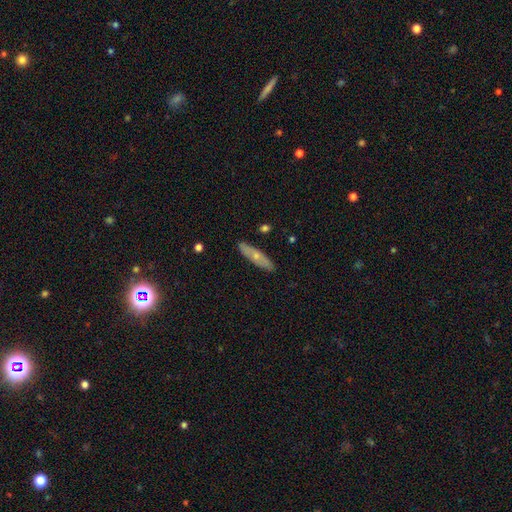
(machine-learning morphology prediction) Smooth or featured: smooth — 53% (featured or disk — 41%)
How rounded: cigar-shaped — 71% (in between — 27%)
Merging: none — 88% (minor disturbance — 9%)